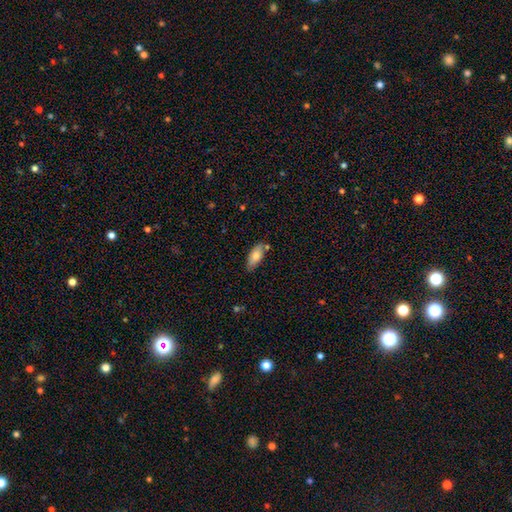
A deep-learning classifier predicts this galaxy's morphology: smooth 76%, featured or disk 18%, star or artifact 7%. Down the decision tree: how rounded — in between (81%); merging — none (75%).